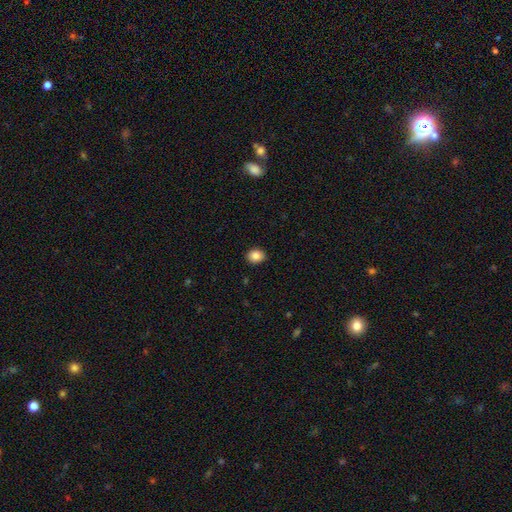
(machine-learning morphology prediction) This is clearly a smooth galaxy (85%). How rounded: possibly round (52%). Merging: clearly none (90%).